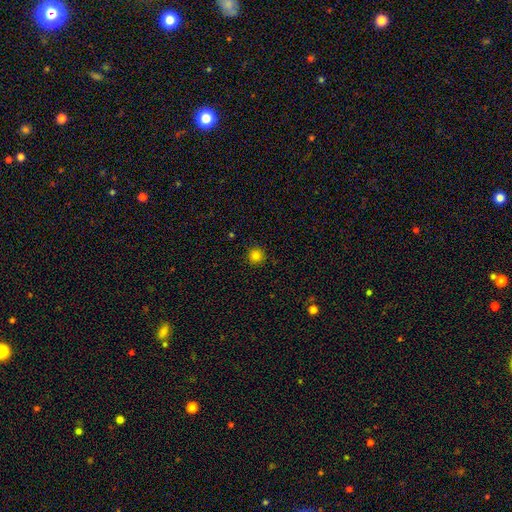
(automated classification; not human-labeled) smooth 82%, star or artifact 14%, featured or disk 5%. Down the decision tree: how rounded — round (95%); merging — none (92%).